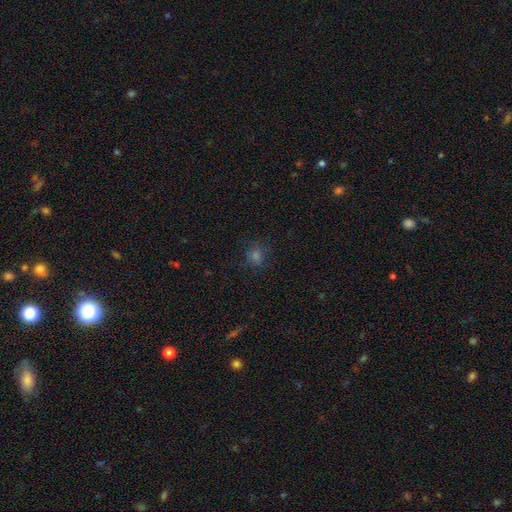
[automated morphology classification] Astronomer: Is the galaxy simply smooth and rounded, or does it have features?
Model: smooth — 62%.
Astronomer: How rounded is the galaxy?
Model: round — 85%.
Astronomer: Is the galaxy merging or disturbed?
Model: none — 82%.